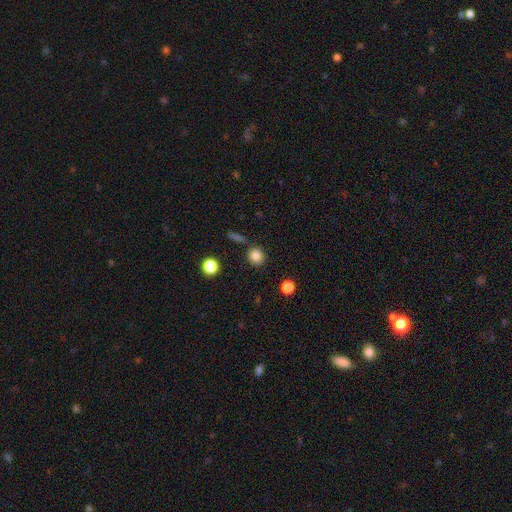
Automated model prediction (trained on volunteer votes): Smooth or featured?
  - smooth: 84% *
  - star or artifact: 11%
  - featured or disk: 5%
How rounded?
  - round: 86% *
  - in between: 13%
  - cigar-shaped: 1%
Merging?
  - none: 83% *
  - minor disturbance: 9%
  - merger: 5%
  - major disturbance: 3%